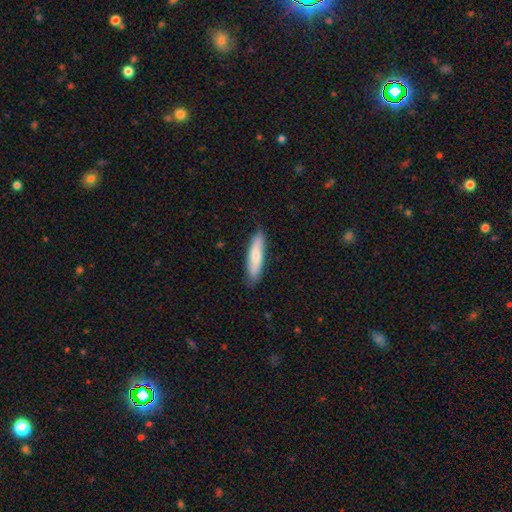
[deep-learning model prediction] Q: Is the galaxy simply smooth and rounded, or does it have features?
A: smooth — 70%.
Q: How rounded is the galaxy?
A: cigar-shaped — 74%.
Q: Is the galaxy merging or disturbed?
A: none — 85%.